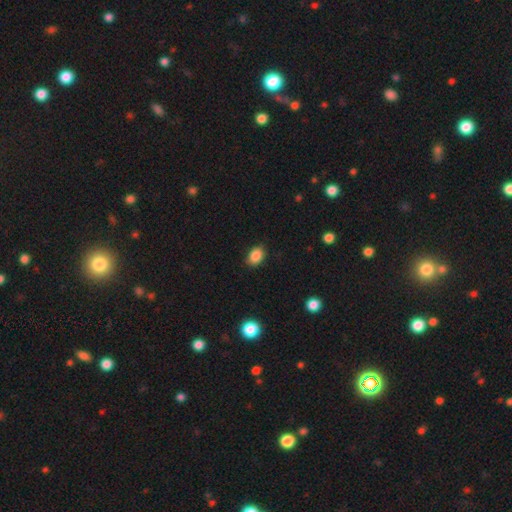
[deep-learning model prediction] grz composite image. It shows a smooth galaxy with no disk features (87%) that is in between round and cigar-shaped (78%). Merging: none (84%).